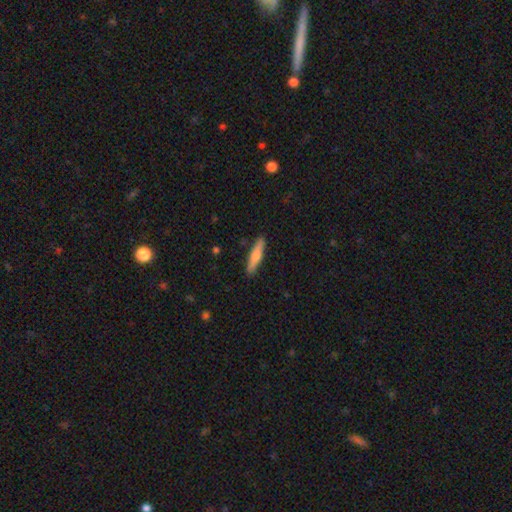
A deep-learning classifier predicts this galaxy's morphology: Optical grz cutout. It shows a smooth galaxy with no disk features (60%) that is cigar-shaped (88%). Merging: none (90%).